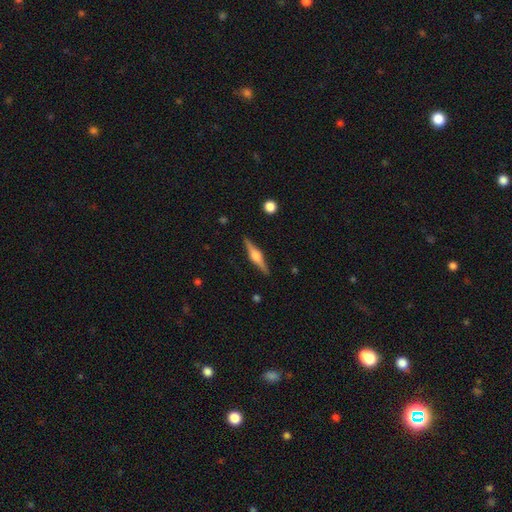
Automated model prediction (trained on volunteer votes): Smooth or featured?
  - featured or disk: 74% *
  - smooth: 20%
  - star or artifact: 6%
Edge-on disk?
  - yes: 98% *
  - no: 2%
Edge-on bulge?
  - rounded: 90% *
  - boxy: 8%
  - none: 2%
Merging?
  - none: 90% *
  - minor disturbance: 7%
  - major disturbance: 2%
  - merger: 1%